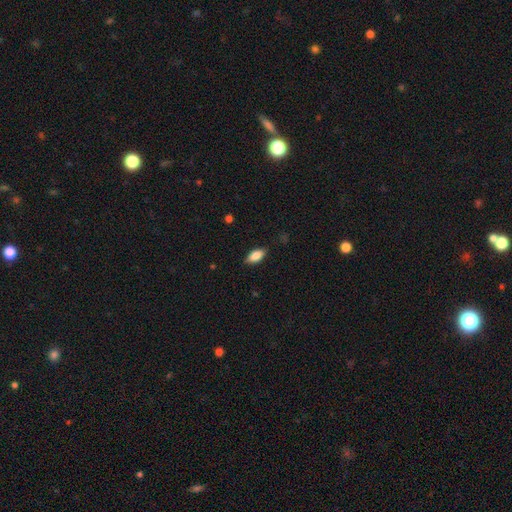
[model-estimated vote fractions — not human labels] Morphology: type=smooth (84%); roundness=in between (89%); merging=none (84%).